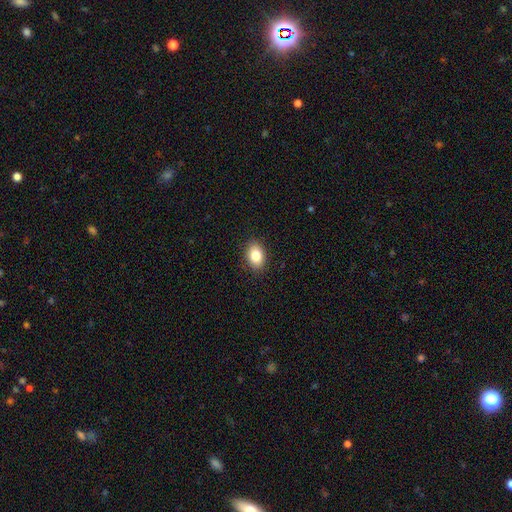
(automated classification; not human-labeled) This appears to be a smooth galaxy with no disk features (83%) that is in between round and cigar-shaped (79%). Merging: none (89%).